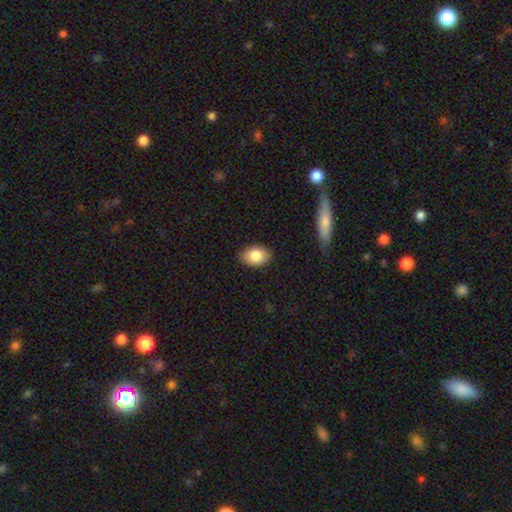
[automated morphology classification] smooth 84%, featured or disk 8%, star or artifact 8%. Down the decision tree: how rounded — in between (81%); merging — none (86%).